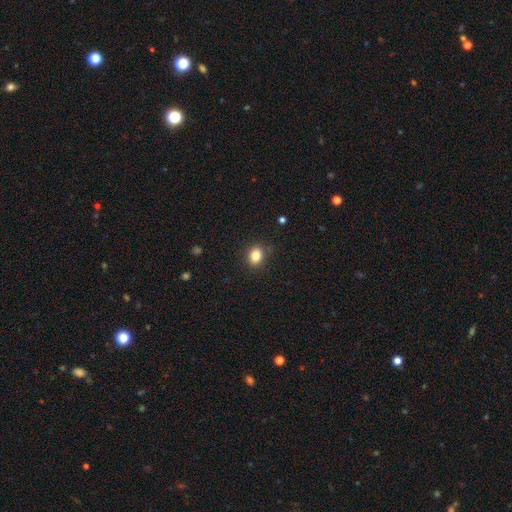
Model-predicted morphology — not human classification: Smooth or featured: smooth — 83% (star or artifact — 11%)
How rounded: in between — 53% (round — 46%)
Merging: none — 86% (minor disturbance — 10%)